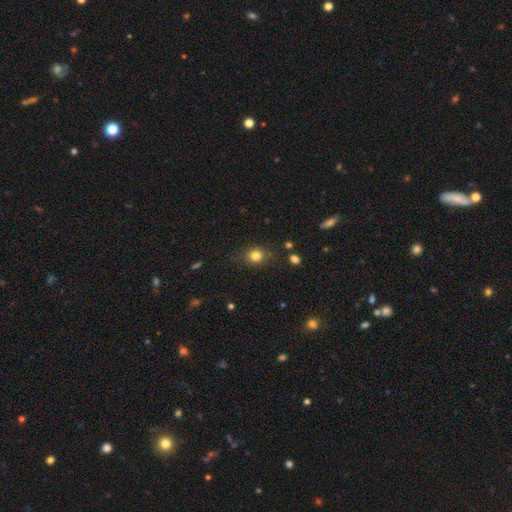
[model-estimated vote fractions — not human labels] The model was most divided on "how rounded": round: 79%, in between: 20%, cigar-shaped: 1%. More confident: smooth or featured — smooth (81%); merging — none (80%).